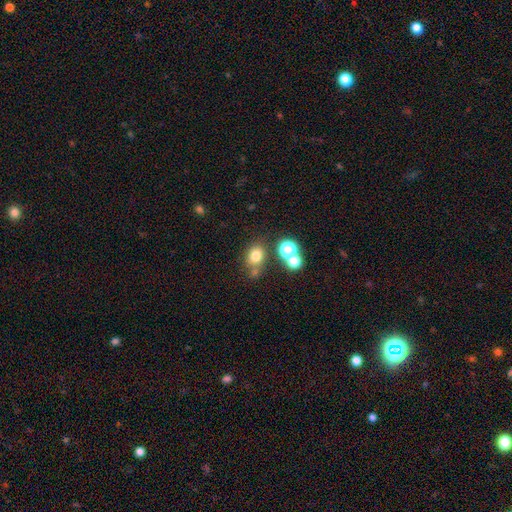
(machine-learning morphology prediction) Smooth or featured: smooth — 75% (star or artifact — 16%)
How rounded: round — 51% (in between — 47%)
Merging: none — 62% (merger — 17%)